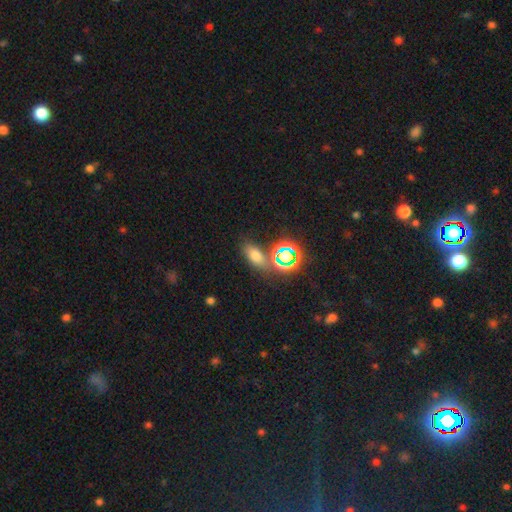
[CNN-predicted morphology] Smooth or featured?
  - smooth: 62% *
  - star or artifact: 28%
  - featured or disk: 10%
How rounded?
  - in between: 80% *
  - round: 12%
  - cigar-shaped: 7%
Merging?
  - none: 72% *
  - minor disturbance: 12%
  - merger: 11%
  - major disturbance: 5%